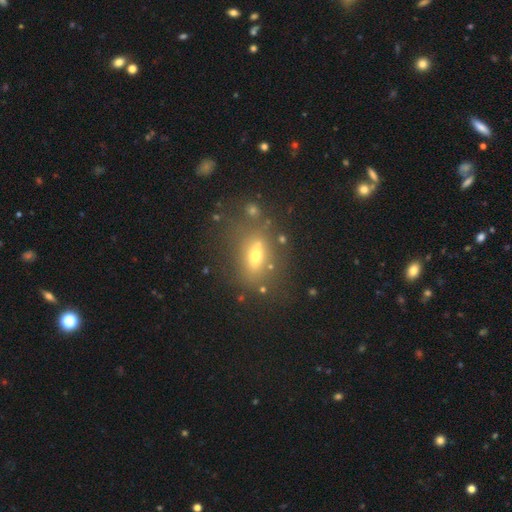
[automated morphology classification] The model was most divided on "smooth or featured": smooth: 51%, featured or disk: 32%, star or artifact: 16%. More confident: merging — none (70%); how rounded — in between (66%).